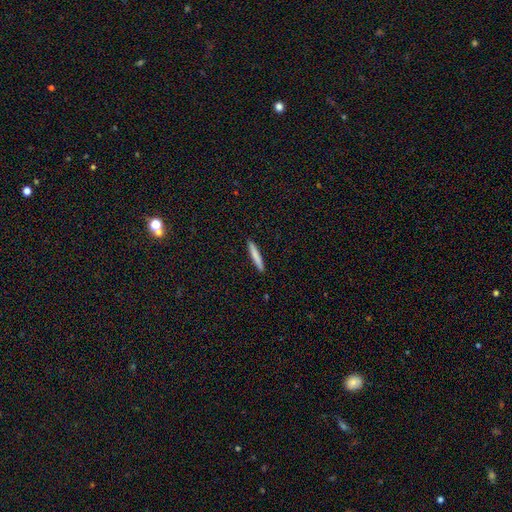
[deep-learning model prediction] Morphology: type=smooth (81%); roundness=cigar-shaped (95%); merging=none (93%).